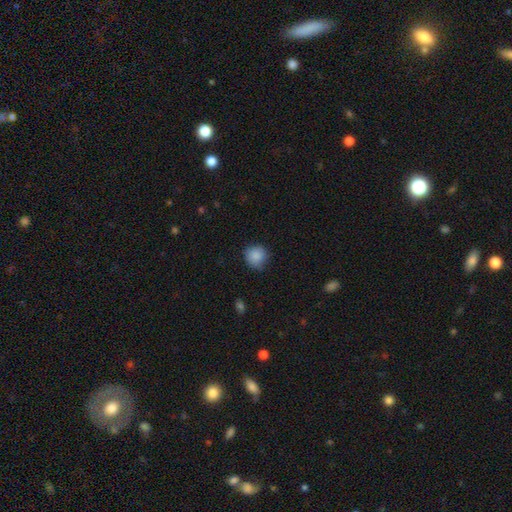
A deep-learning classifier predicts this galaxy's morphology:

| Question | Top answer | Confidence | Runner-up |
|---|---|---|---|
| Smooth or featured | smooth | 88% | star or artifact (8%) |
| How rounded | round | 90% | in between (9%) |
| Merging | none | 77% | minor disturbance (18%) |